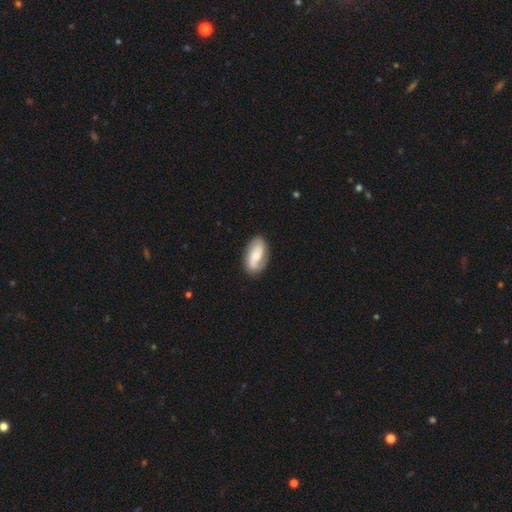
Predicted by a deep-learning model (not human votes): featured or disk 57%, smooth 37%, star or artifact 6%. Down the decision tree: edge-on disk — no (94%); bar — no (51%); spiral arms — yes (86%); bulge size — moderate (52%); merging — none (80%).